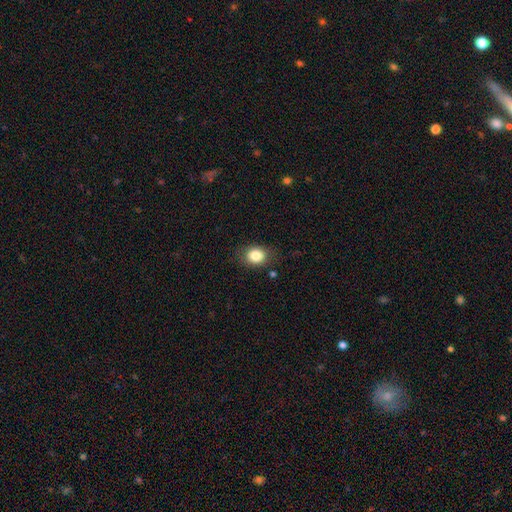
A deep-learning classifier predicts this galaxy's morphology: Smooth or featured?
  - smooth: 83% *
  - star or artifact: 10%
  - featured or disk: 7%
How rounded?
  - round: 54% *
  - in between: 45%
  - cigar-shaped: 1%
Merging?
  - none: 80% *
  - minor disturbance: 14%
  - major disturbance: 4%
  - merger: 2%